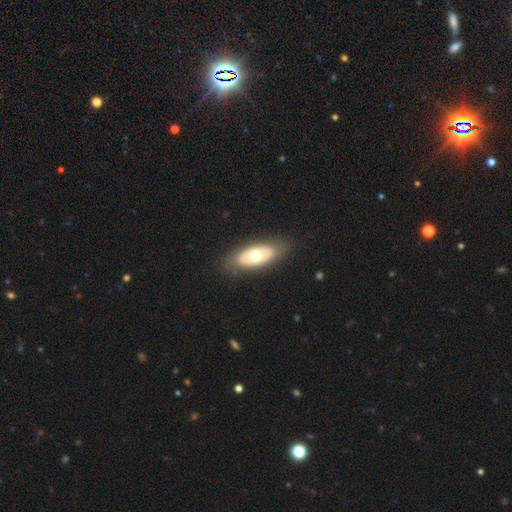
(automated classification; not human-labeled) Morphology: type=smooth (50%); roundness=in between (87%); merging=none (81%).